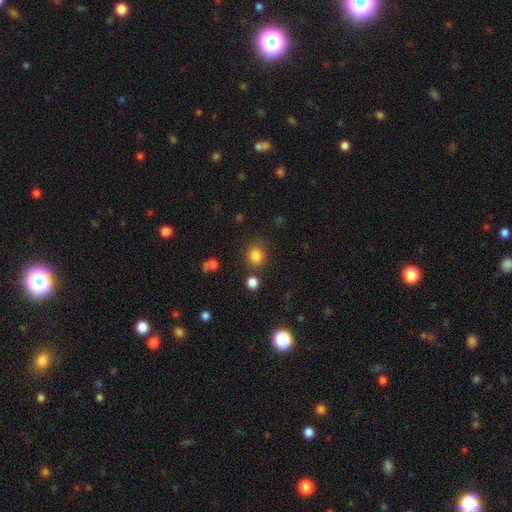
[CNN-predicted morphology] A smooth galaxy with no disk features (82%) that is round (83%). Merging: none (79%).